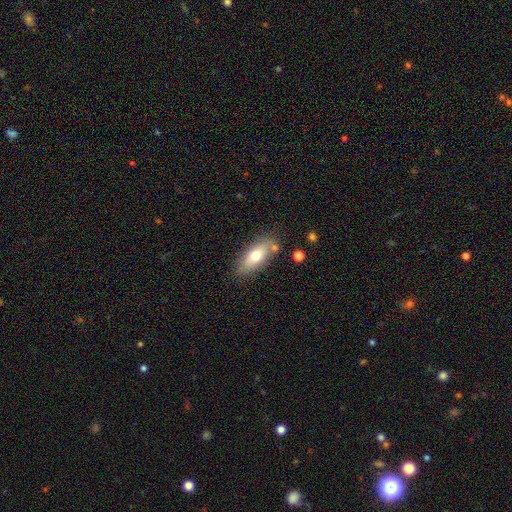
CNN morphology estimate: A smooth galaxy with no disk features (67%) that is in between round and cigar-shaped (77%). Merging: none (76%).